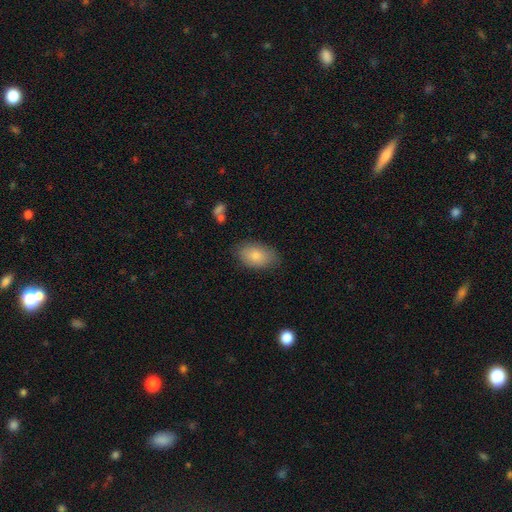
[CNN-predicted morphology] smooth-or-featured: smooth: 83% | featured or disk: 10% | star or artifact: 6%
  how-rounded: in between: 92% | round: 6% | cigar-shaped: 2%
  merging: none: 79% | minor disturbance: 16% | major disturbance: 4% | merger: 2%